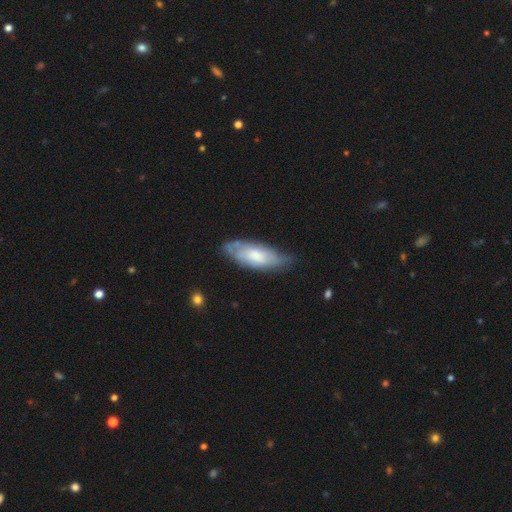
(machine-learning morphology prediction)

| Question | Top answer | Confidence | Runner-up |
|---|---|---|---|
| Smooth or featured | smooth | 57% | featured or disk (38%) |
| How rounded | in between | 76% | cigar-shaped (22%) |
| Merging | none | 61% | minor disturbance (29%) |